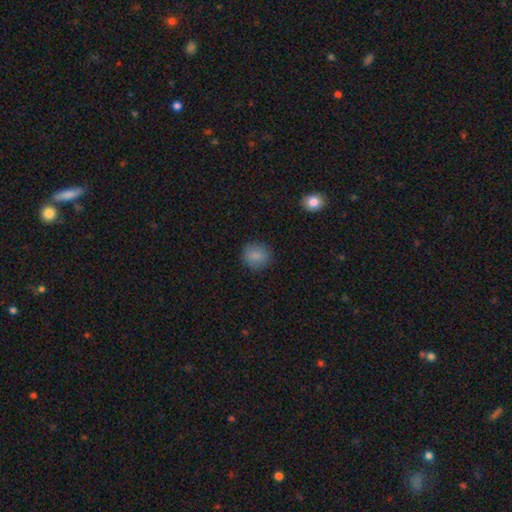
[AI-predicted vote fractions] Smooth or featured: smooth — 85% (star or artifact — 9%)
How rounded: round — 82% (in between — 17%)
Merging: none — 87% (minor disturbance — 9%)